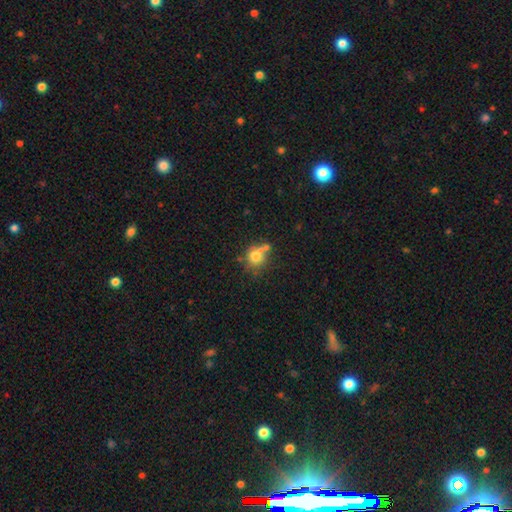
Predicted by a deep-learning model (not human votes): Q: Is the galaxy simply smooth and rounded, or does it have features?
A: smooth — 70%.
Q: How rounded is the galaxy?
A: round — 79%.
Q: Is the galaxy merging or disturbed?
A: none — 48%.